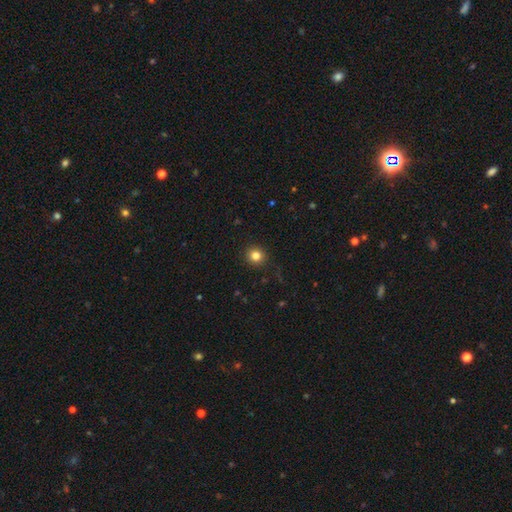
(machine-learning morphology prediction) type=smooth (82%); roundness=round (90%); merging=none (91%).